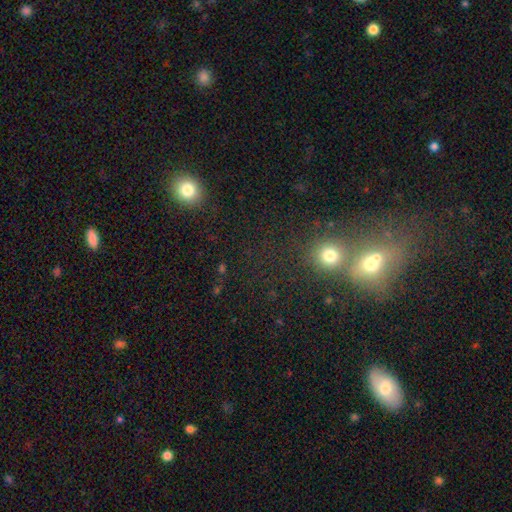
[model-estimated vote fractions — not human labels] Morphology: type=smooth (59%); roundness=round (74%); merging=none (55%).